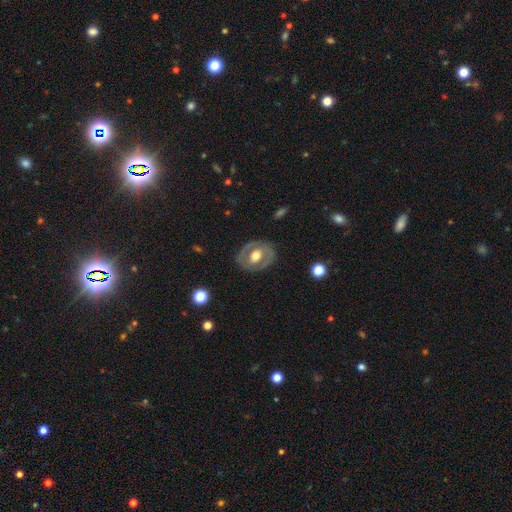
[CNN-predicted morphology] Smooth or featured: featured or disk — 62% (smooth — 33%)
Edge-on disk: no — 94% (yes — 6%)
Bar: no — 58% (weak — 28%)
Spiral arms: no — 71% (yes — 29%)
Bulge size: moderate — 61% (large — 30%)
Merging: none — 80% (minor disturbance — 13%)